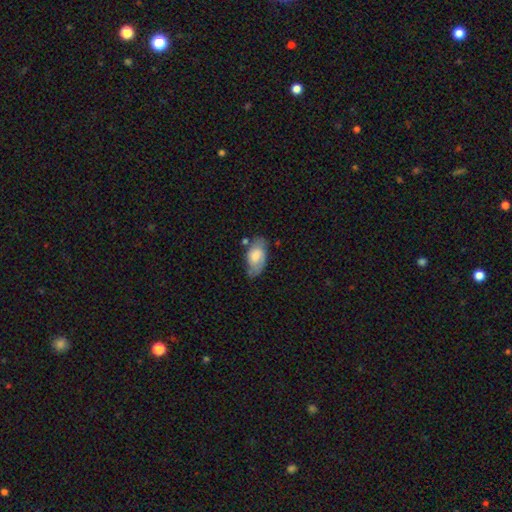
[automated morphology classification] Smooth or featured? Predicted: smooth (p=0.62). How rounded? Predicted: in between (p=0.94). Merging? Predicted: none (p=0.54).